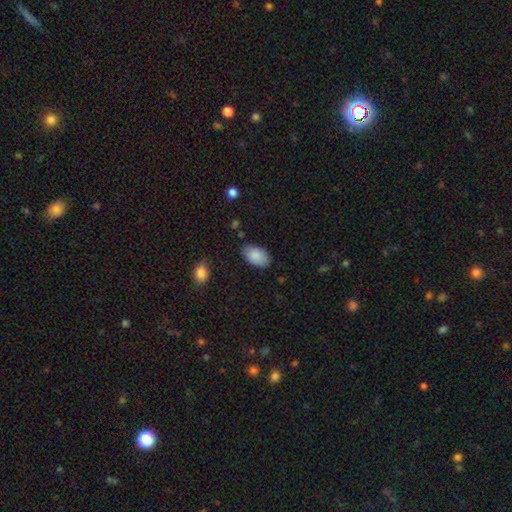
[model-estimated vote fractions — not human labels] A smooth galaxy with no disk features (89%) that is in between round and cigar-shaped (94%). Merging: none (79%).